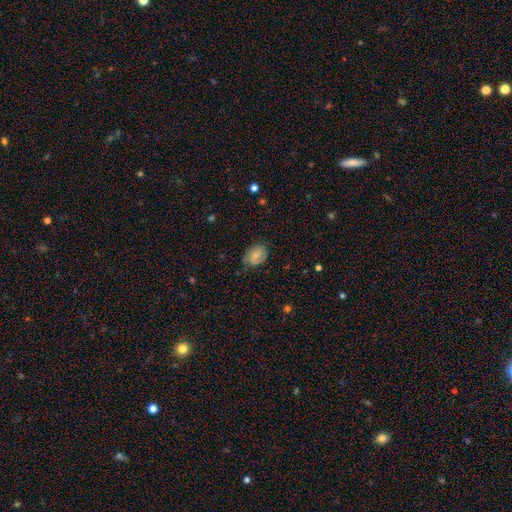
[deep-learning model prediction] Smooth or featured: smooth — 50% (featured or disk — 42%)
Merging: none — 68% (minor disturbance — 24%)